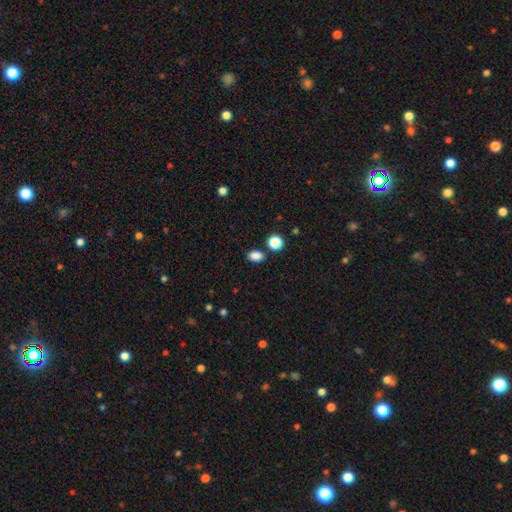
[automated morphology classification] type=smooth (85%); roundness=in between (77%); merging=none (81%).